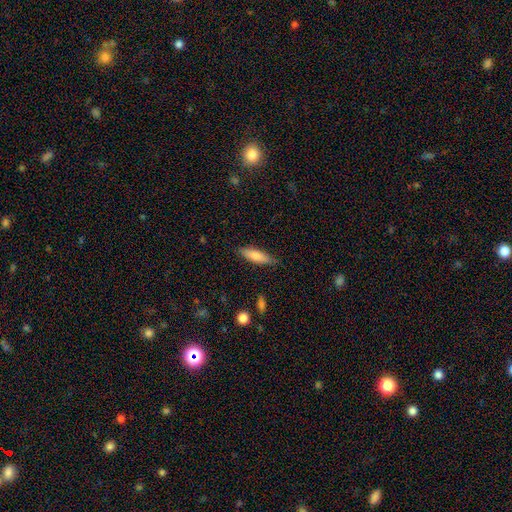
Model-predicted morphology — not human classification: smooth 77%, featured or disk 17%, star or artifact 6%. Down the decision tree: how rounded — cigar-shaped (56%); merging — none (84%).